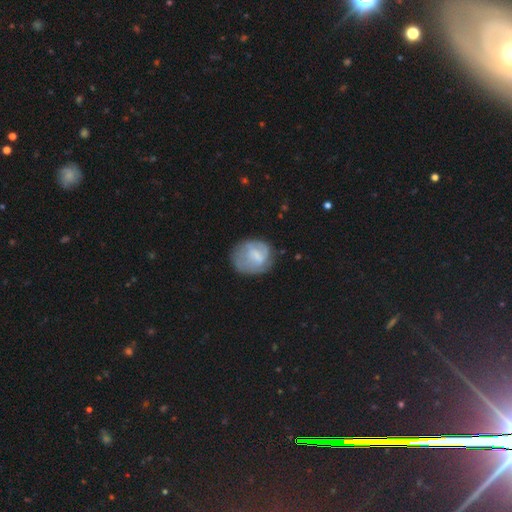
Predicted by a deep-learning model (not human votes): A smooth galaxy with no disk features (49%). Merging: none (54%).